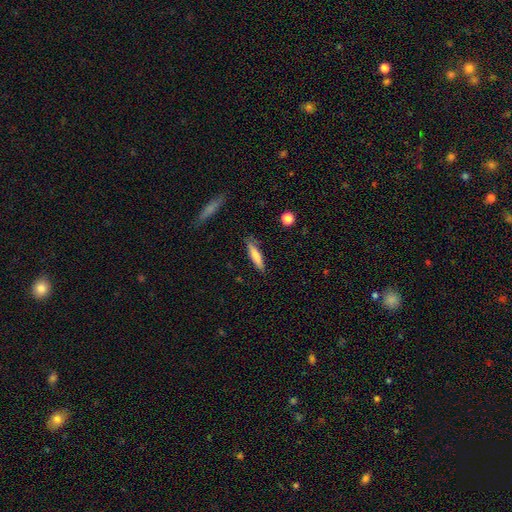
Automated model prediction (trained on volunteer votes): Smooth or featured: smooth — 73% (featured or disk — 21%)
How rounded: cigar-shaped — 83% (in between — 15%)
Merging: none — 83% (minor disturbance — 13%)